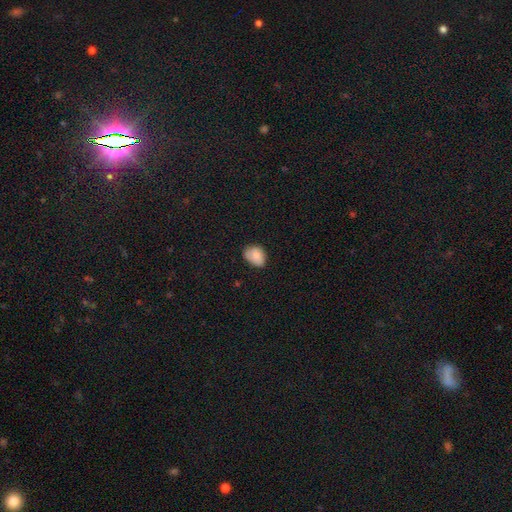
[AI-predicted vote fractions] Smooth or featured? smooth (84%)
How rounded? in between (69%)
Merging? none (60%)